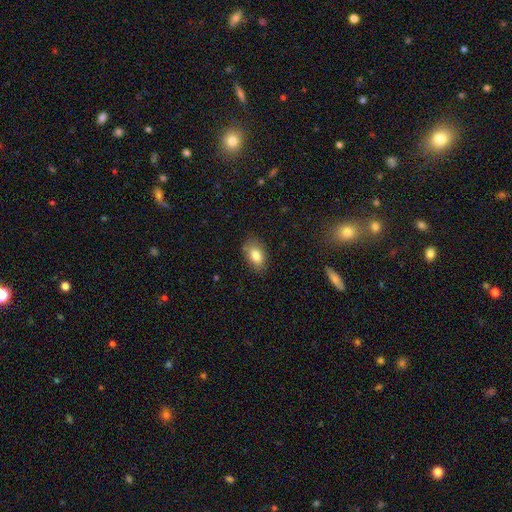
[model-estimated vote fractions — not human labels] A smooth galaxy with no disk features (82%) that is in between round and cigar-shaped (88%). Merging: none (78%).